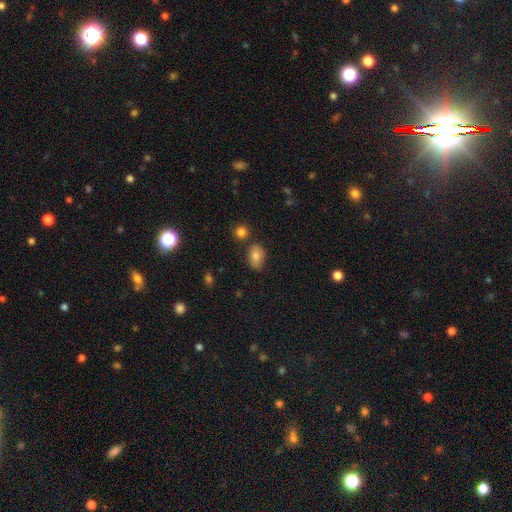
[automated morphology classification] This is likely a smooth galaxy (79%). How rounded: clearly in between (81%). Merging: likely none (70%).